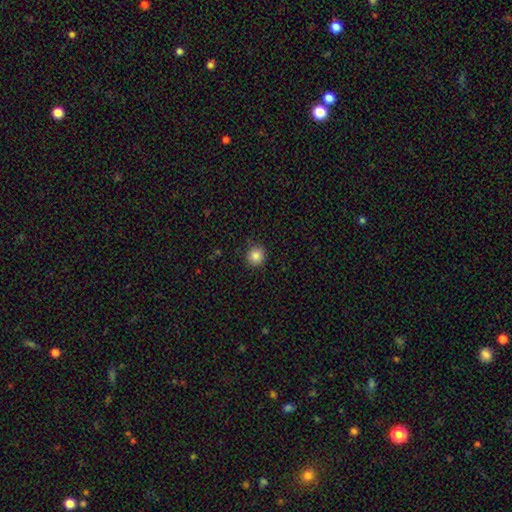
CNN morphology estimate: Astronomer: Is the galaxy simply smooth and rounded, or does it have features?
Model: smooth — 85%.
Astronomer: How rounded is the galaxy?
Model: round — 91%.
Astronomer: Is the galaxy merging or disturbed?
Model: none — 90%.